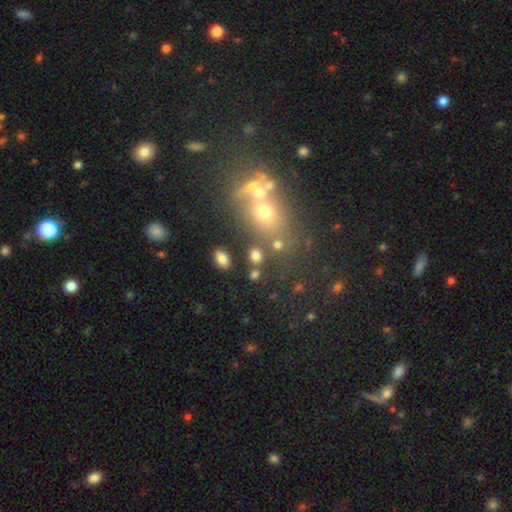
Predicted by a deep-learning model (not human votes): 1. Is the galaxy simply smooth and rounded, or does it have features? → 73% smooth, 16% star or artifact, 11% featured or disk.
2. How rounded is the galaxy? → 57% in between, 40% round, 3% cigar-shaped.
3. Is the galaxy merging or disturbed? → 68% none, 15% merger, 11% minor disturbance, 6% major disturbance.